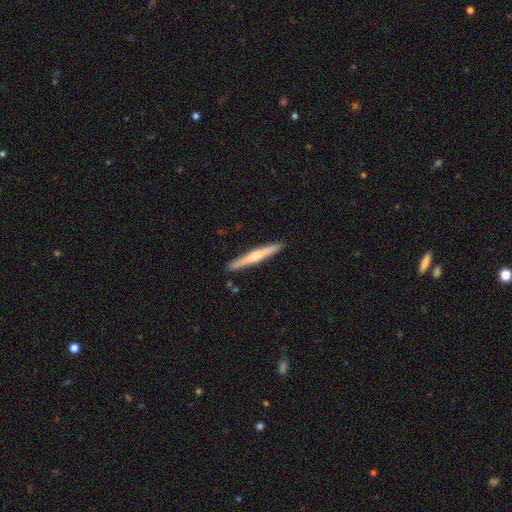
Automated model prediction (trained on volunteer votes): Q: Smooth or featured?
A: smooth (49%); runner-up: featured or disk (46%)
Q: Merging?
A: none (90%); runner-up: minor disturbance (7%)